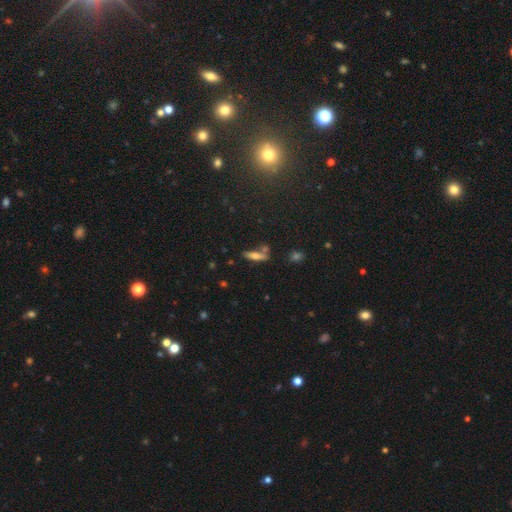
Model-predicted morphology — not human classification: This is likely a smooth galaxy (61%). How rounded: likely cigar-shaped (67%). Merging: likely none (65%).